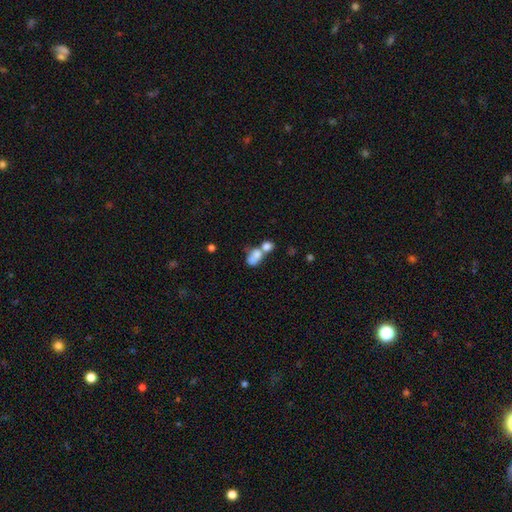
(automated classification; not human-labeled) smooth-or-featured: smooth: 73% | featured or disk: 18% | star or artifact: 9%
  how-rounded: in between: 72% | round: 25% | cigar-shaped: 3%
  merging: merger: 68% | none: 16% | minor disturbance: 8% | major disturbance: 8%